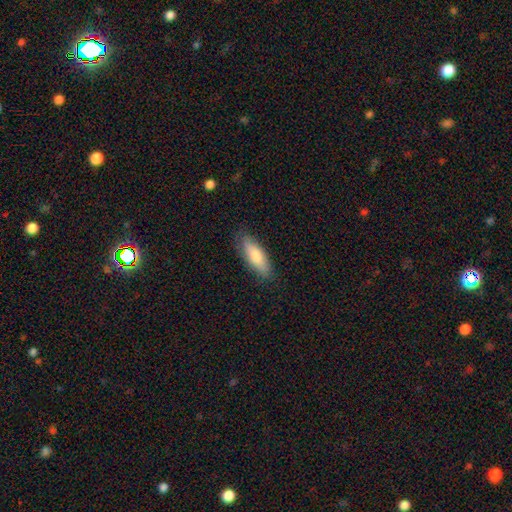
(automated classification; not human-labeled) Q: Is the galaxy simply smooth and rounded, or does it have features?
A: smooth — 79%.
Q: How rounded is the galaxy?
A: in between — 58%.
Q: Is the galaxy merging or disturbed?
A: none — 82%.